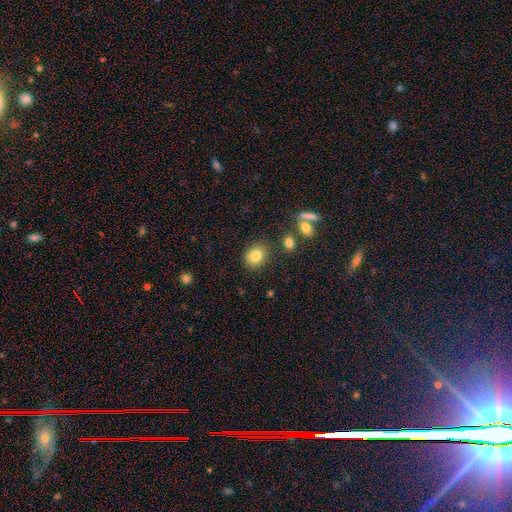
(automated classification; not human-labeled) Morphology: type=smooth (82%); roundness=round (56%); merging=none (82%).